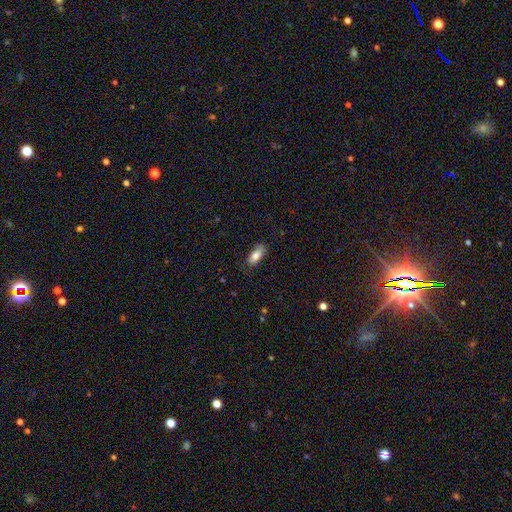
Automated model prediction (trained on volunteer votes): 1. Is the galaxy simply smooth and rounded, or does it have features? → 83% smooth, 10% featured or disk, 7% star or artifact.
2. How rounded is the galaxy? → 83% in between, 15% cigar-shaped, 2% round.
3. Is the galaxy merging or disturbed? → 79% none, 17% minor disturbance, 4% major disturbance, 1% merger.